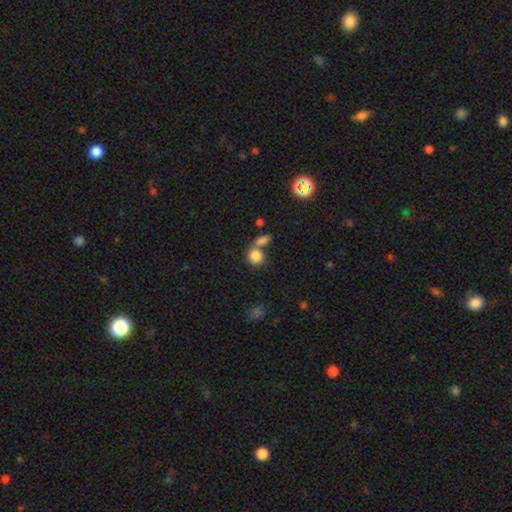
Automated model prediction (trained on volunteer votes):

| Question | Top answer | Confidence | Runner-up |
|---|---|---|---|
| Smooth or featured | smooth | 83% | star or artifact (10%) |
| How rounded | round | 76% | in between (23%) |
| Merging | none | 45% | merger (42%) |